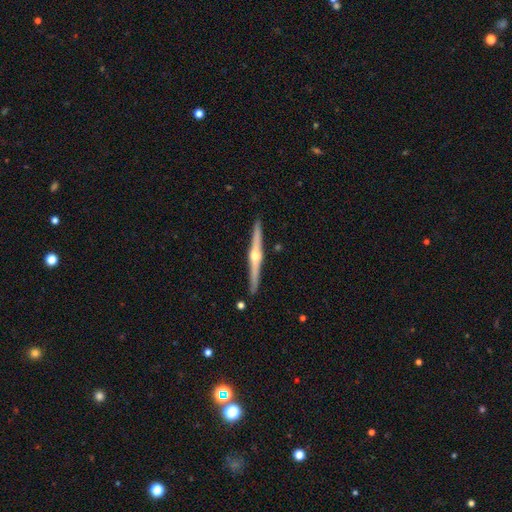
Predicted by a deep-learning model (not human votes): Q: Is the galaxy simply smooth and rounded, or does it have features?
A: featured or disk — 83%.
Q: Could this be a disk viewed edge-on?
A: yes — 99%.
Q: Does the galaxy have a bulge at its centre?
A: rounded — 94%.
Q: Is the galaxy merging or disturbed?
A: none — 91%.